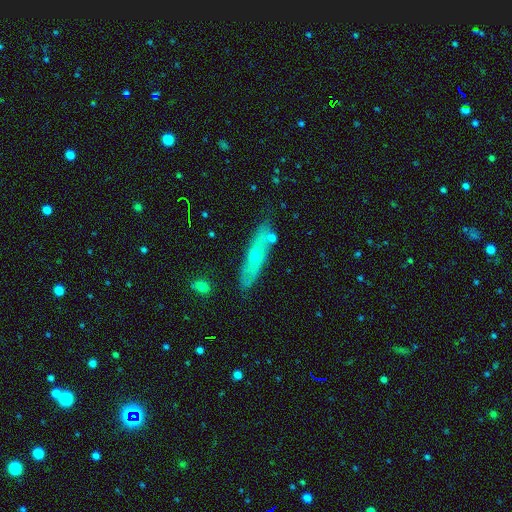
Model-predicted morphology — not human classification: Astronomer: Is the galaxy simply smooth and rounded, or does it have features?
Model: featured or disk — 56% (runner-up: smooth, 36%).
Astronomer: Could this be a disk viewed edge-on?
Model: yes — 61% (runner-up: no, 39%).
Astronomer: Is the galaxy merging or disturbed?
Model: none — 76%.